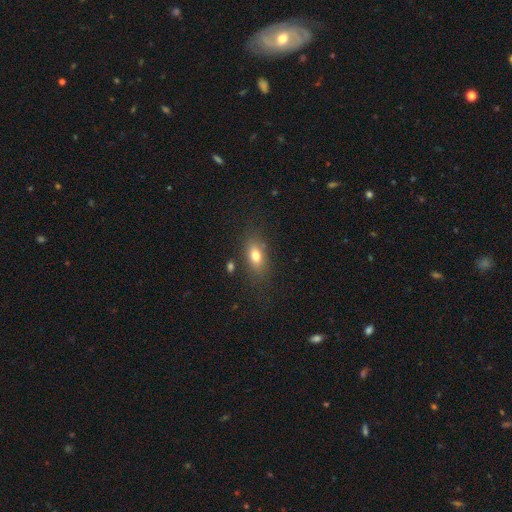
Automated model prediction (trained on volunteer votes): This appears to be a smooth galaxy with no disk features (76%) that is in between round and cigar-shaped (81%). Merging: none (77%).